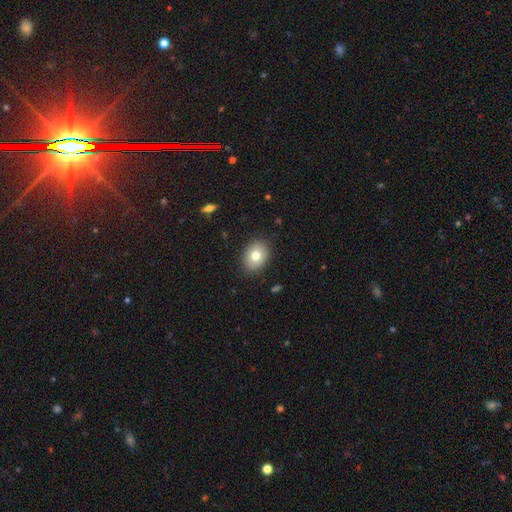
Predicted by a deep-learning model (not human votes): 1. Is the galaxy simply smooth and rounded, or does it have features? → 78% smooth, 13% featured or disk, 9% star or artifact.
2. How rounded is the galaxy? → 65% in between, 34% round, 1% cigar-shaped.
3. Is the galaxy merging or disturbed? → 88% none, 9% minor disturbance, 2% major disturbance, 1% merger.